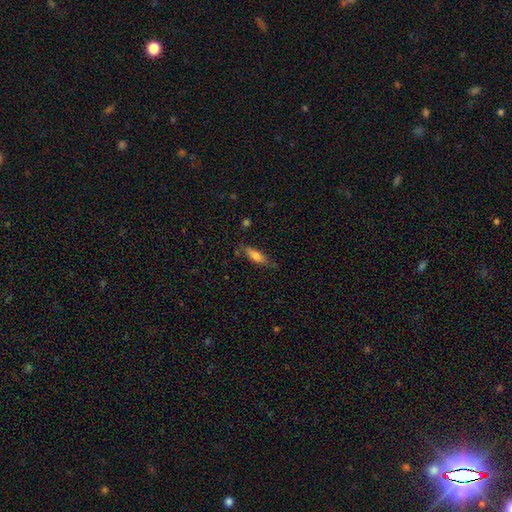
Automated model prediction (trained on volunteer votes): A smooth galaxy with no disk features (69%) that is cigar-shaped (54%).

Vote fractions:
- Smooth or featured? smooth: 69% / featured or disk: 24% / star or artifact: 7%
- How rounded? cigar-shaped: 54% / in between: 44% / round: 2%
- Merging? none: 71% / minor disturbance: 22% / major disturbance: 5% / merger: 2%